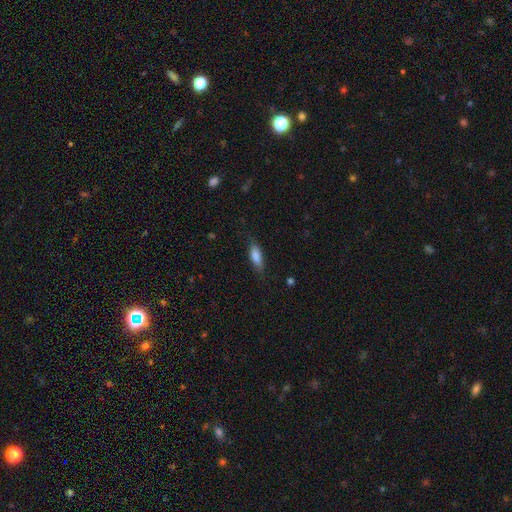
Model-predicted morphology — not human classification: Smooth or featured? Predicted: smooth (p=0.82). How rounded? Predicted: in between (p=0.65). Merging? Predicted: none (p=0.74).